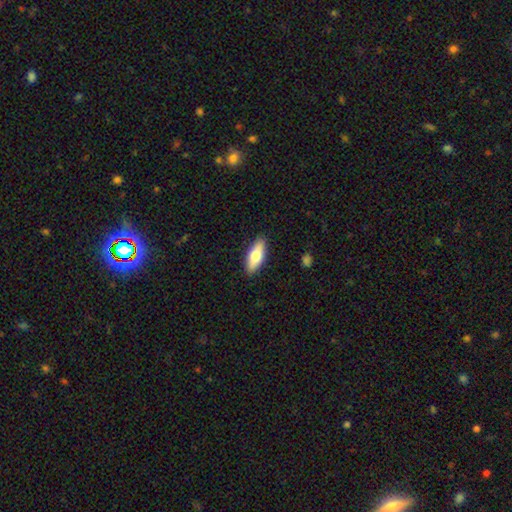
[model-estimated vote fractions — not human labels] Morphology: type=smooth (67%); roundness=in between (70%); merging=none (88%).